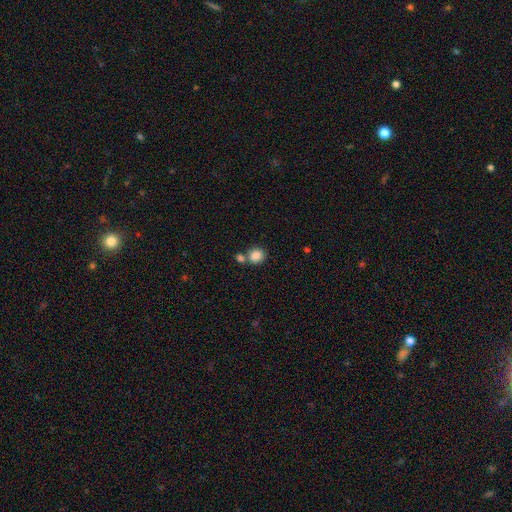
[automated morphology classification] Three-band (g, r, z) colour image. It shows a smooth galaxy with no disk features (86%) that is round (81%). Merging: none (57%).